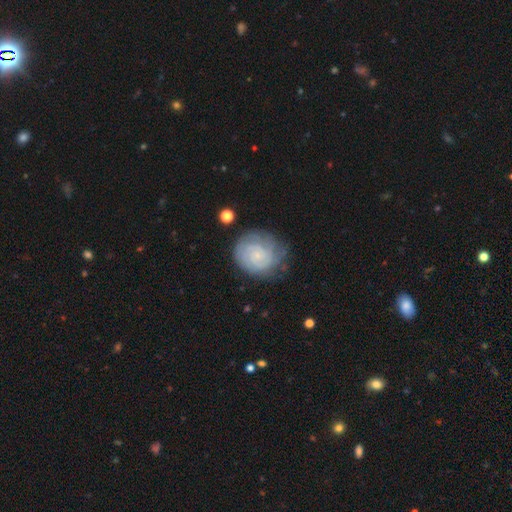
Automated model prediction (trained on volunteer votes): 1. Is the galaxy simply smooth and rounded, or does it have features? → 68% featured or disk, 25% smooth, 8% star or artifact.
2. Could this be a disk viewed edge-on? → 98% no, 2% yes.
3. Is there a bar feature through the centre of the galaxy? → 77% no, 20% weak, 3% strong.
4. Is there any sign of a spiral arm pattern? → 91% yes, 9% no.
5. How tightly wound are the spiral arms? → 75% tight, 19% medium, 5% loose.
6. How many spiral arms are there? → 43% can't tell, 23% 2, 16% 3, 8% 4, 5% 1, 5% more than 4.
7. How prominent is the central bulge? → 80% small, 9% moderate, 8% none, 1% large, 1% dominant.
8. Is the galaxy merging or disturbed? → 69% none, 21% minor disturbance, 9% major disturbance, 2% merger.